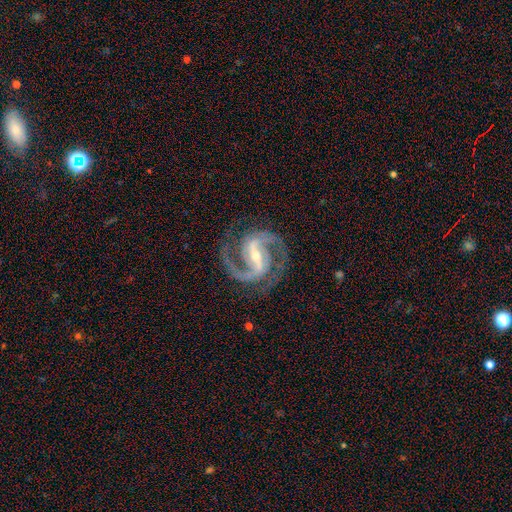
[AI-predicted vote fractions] This is clearly a featured or disk galaxy (94%). It is clearly not viewed edge-on (98%). Bar: likely strong (66%). Spiral arm pattern: clearly yes (99%). Spiral arm count: clearly 2 (93%). Spiral winding: likely medium (65%). Central bulge: possibly small (59%). Merging: clearly none (82%).